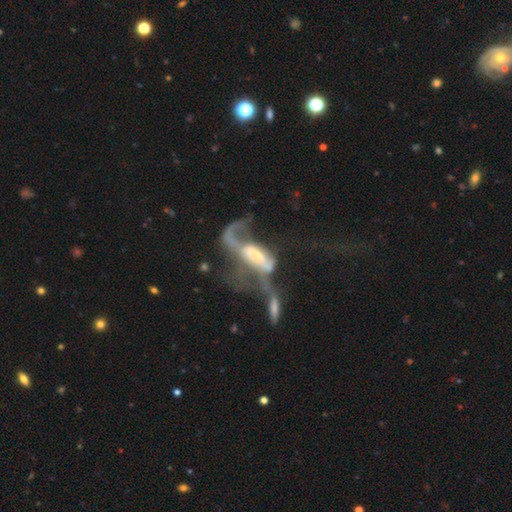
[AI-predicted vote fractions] The model was most divided on "bar": no: 42%, weak: 34%, strong: 24%. Remaining: edge-on disk — no (86%); smooth or featured — featured or disk (69%); spiral arms — yes (60%); merging — merger (58%); bulge size — moderate (41%).